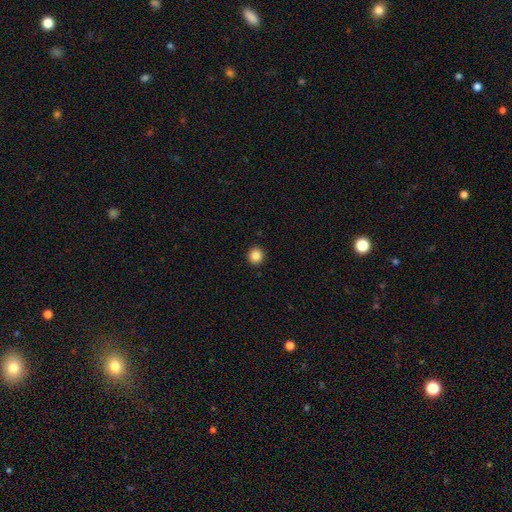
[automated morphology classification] Smooth or featured? smooth (86%)
How rounded? round (95%)
Merging? none (94%)